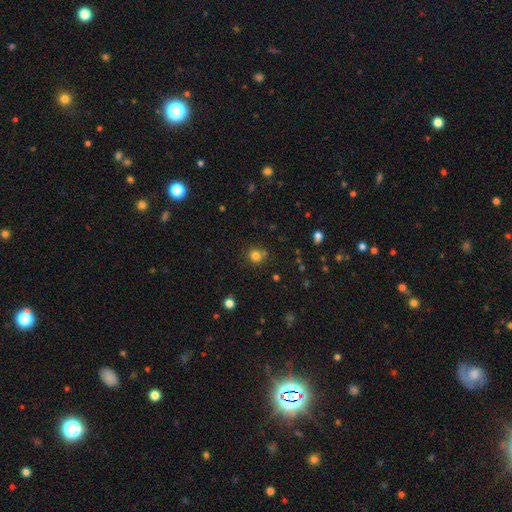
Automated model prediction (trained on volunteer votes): Q: Smooth or featured?
A: smooth (79%); runner-up: star or artifact (15%)
Q: How rounded?
A: round (86%); runner-up: in between (13%)
Q: Merging?
A: none (75%); runner-up: minor disturbance (13%)